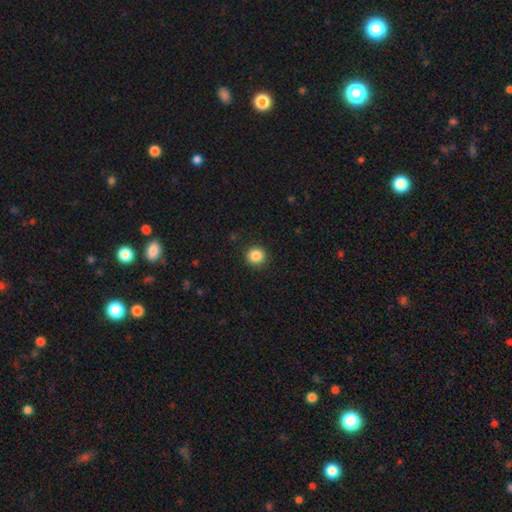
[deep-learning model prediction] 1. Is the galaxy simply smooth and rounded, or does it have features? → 86% smooth, 10% star or artifact, 3% featured or disk.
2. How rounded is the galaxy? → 93% round, 6% in between, 1% cigar-shaped.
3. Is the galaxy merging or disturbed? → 92% none, 5% minor disturbance, 2% major disturbance, 1% merger.